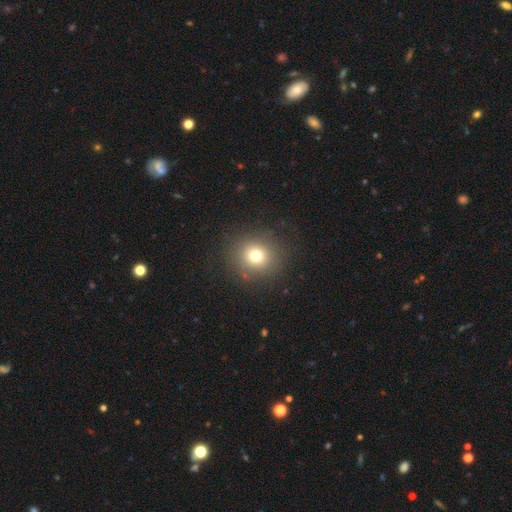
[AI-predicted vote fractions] Q: Smooth or featured?
A: smooth (73%); runner-up: star or artifact (16%)
Q: How rounded?
A: round (89%); runner-up: in between (10%)
Q: Merging?
A: none (85%); runner-up: minor disturbance (9%)